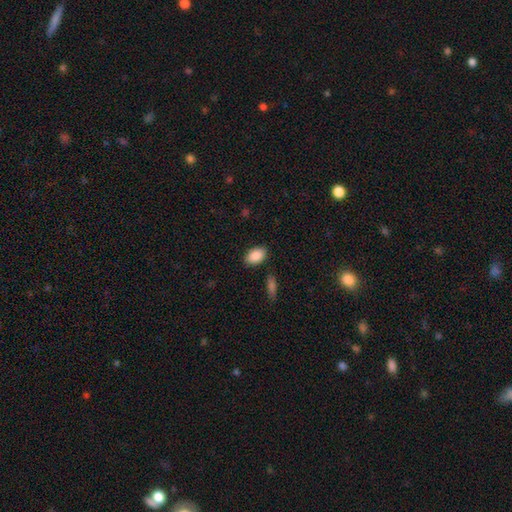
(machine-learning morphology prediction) smooth 89%, star or artifact 7%, featured or disk 4%. Down the decision tree: how rounded — in between (89%); merging — none (84%).